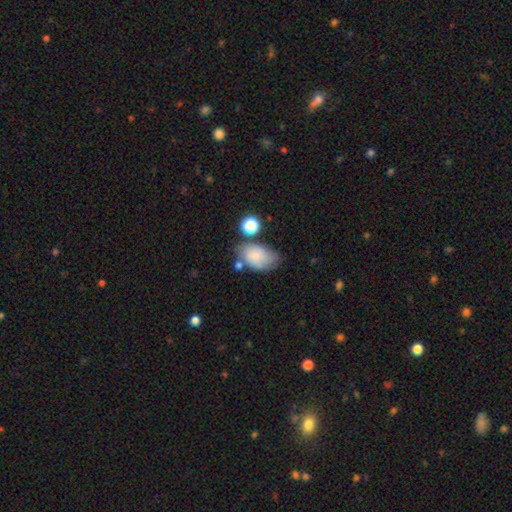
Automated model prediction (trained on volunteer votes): A smooth galaxy with no disk features (71%) that is in between round and cigar-shaped (88%). Merging: none (50%).